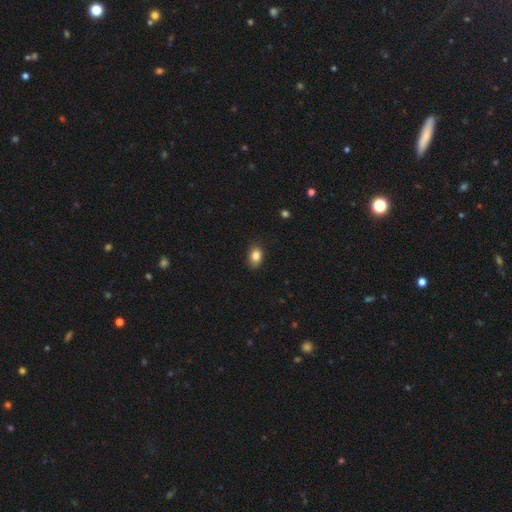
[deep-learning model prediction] This is clearly a smooth galaxy (85%). How rounded: likely in between (79%). Merging: likely none (80%).